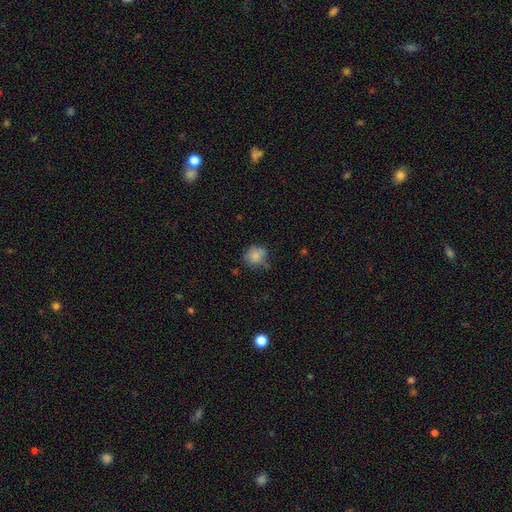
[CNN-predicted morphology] Smooth or featured? Predicted: smooth (p=0.80). How rounded? Predicted: round (p=0.79). Merging? Predicted: none (p=0.61).